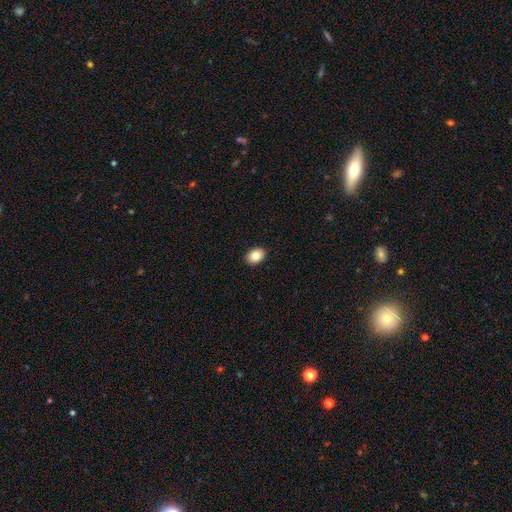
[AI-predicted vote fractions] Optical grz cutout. It shows a smooth galaxy with no disk features (83%) that is in between round and cigar-shaped (73%). Merging: none (91%).